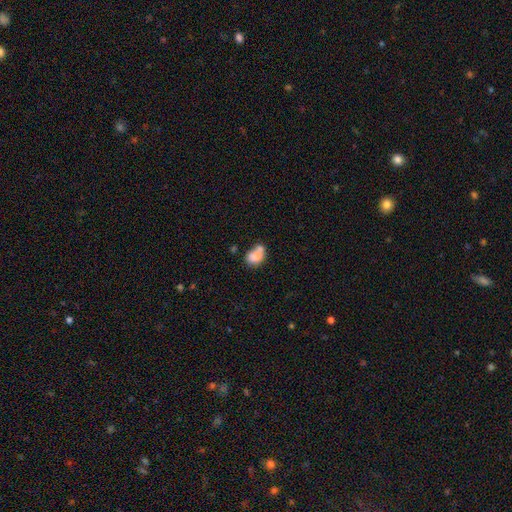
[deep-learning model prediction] A smooth galaxy with no disk features (76%) that is in between round and cigar-shaped (67%).

Vote fractions:
- Smooth or featured? smooth: 76% / featured or disk: 15% / star or artifact: 9%
- How rounded? in between: 67% / round: 31% / cigar-shaped: 1%
- Merging? merger: 51% / none: 27% / minor disturbance: 14% / major disturbance: 7%